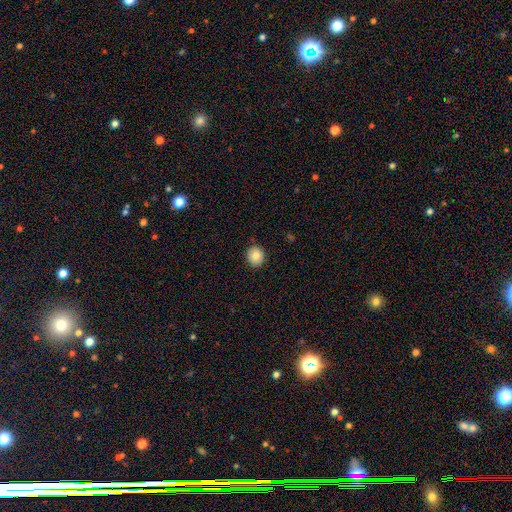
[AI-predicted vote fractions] Smooth or featured?
  - smooth: 84% *
  - star or artifact: 8%
  - featured or disk: 8%
How rounded?
  - round: 82% *
  - in between: 17%
  - cigar-shaped: 1%
Merging?
  - none: 89% *
  - minor disturbance: 8%
  - major disturbance: 2%
  - merger: 1%